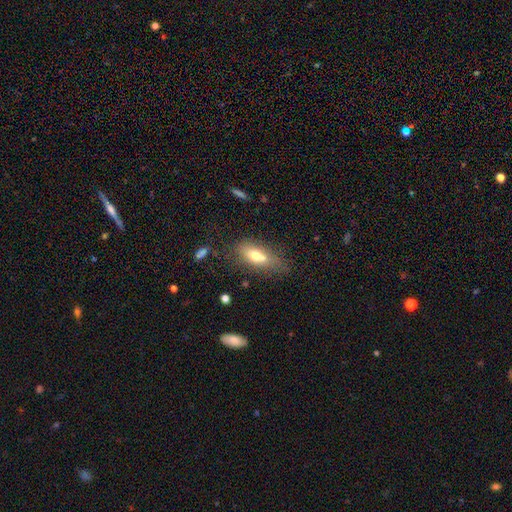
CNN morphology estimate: Overall: smooth (64%; featured or disk 26%). How rounded: in between (74%). Merging: none (43%; merger 29%).